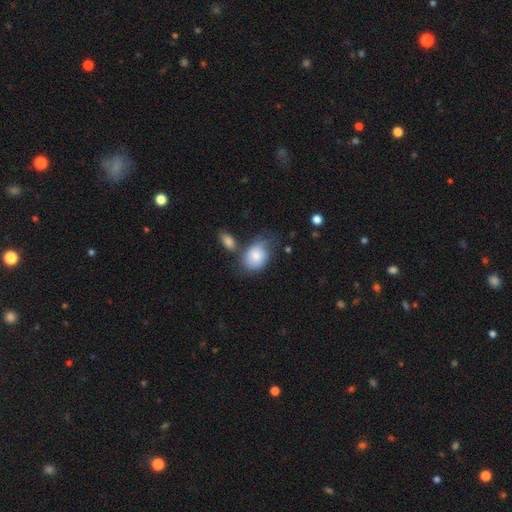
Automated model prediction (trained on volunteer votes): The model was most divided on "merging": none: 37%, minor disturbance: 31%, merger: 17%, major disturbance: 16%. More confident: smooth or featured — smooth (77%); how rounded — in between (63%).